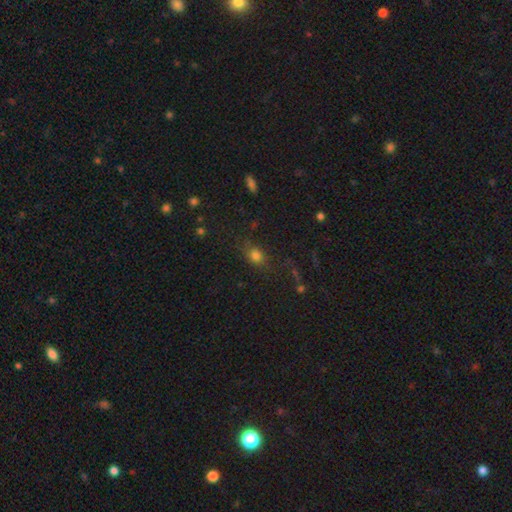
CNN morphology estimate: A smooth galaxy with no disk features (73%) that is in between round and cigar-shaped (50%).

Vote fractions:
- Smooth or featured? smooth: 73% / star or artifact: 18% / featured or disk: 9%
- How rounded? in between: 50% / round: 47% / cigar-shaped: 3%
- Merging? none: 73% / minor disturbance: 16% / major disturbance: 8% / merger: 3%